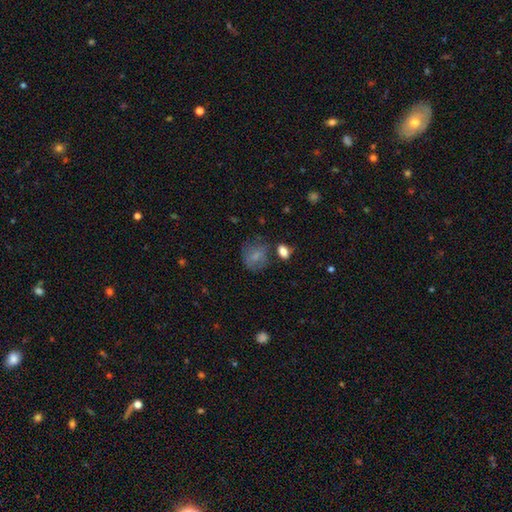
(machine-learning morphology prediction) smooth_or_featured: smooth (p=0.71) [alt: featured or disk p=0.17]
how_rounded: round (p=0.59) [alt: in between p=0.40]
merging: none (p=0.60) [alt: minor disturbance p=0.23]